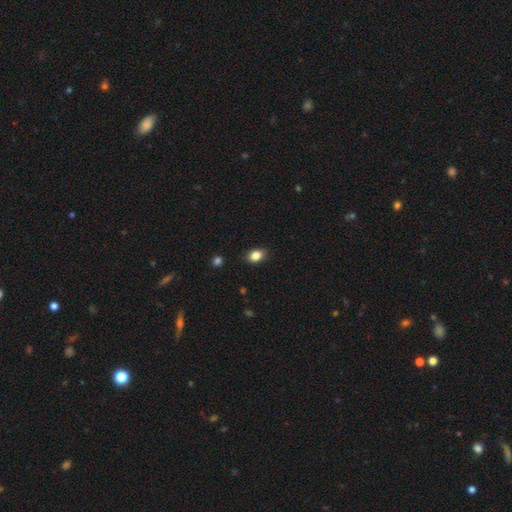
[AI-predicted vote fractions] Smooth or featured? Predicted: smooth (p=0.84). How rounded? Predicted: in between (p=0.76). Merging? Predicted: none (p=0.86).